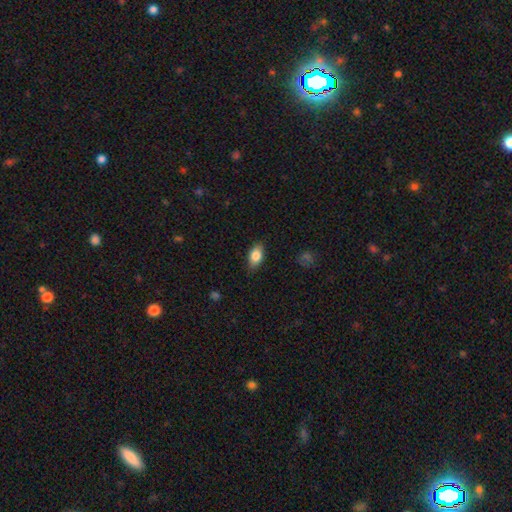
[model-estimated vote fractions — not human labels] This appears to be a smooth galaxy with no disk features (82%) that is in between round and cigar-shaped (88%). Merging: none (82%).